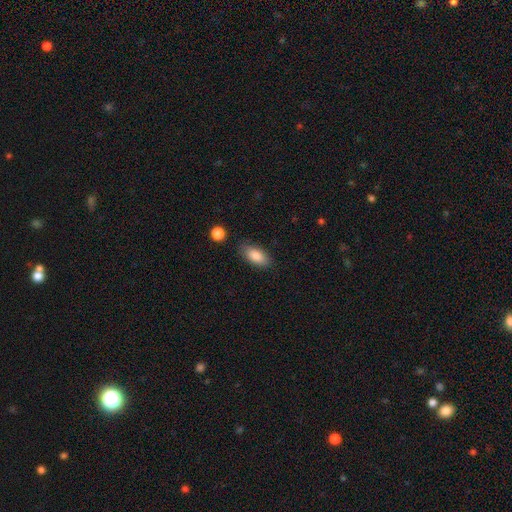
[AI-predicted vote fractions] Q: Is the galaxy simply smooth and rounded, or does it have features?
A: smooth — 86%.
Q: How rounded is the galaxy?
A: in between — 89%.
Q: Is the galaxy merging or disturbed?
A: none — 84%.